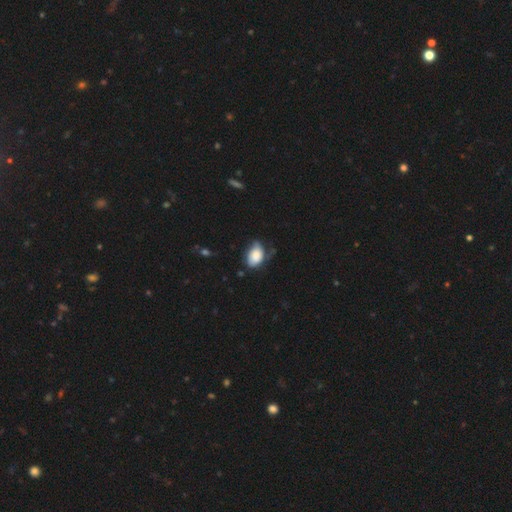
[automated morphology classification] The model was most divided on "merging": none: 44%, minor disturbance: 40%, major disturbance: 13%, merger: 3%. More confident: how rounded — in between (88%); smooth or featured — smooth (78%).